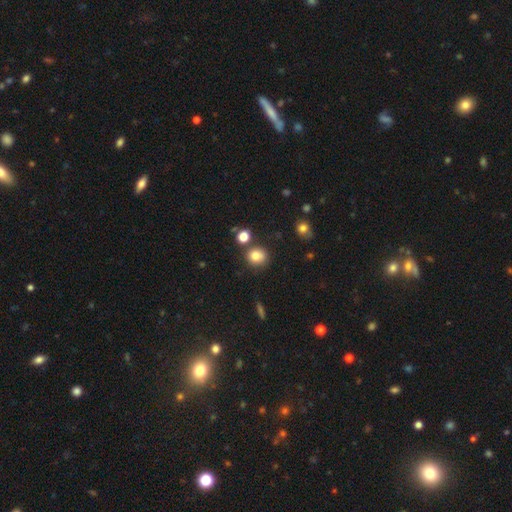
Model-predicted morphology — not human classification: The model was most divided on "how rounded": round: 81%, in between: 18%, cigar-shaped: 1%. More confident: smooth or featured — smooth (81%); merging — none (76%).